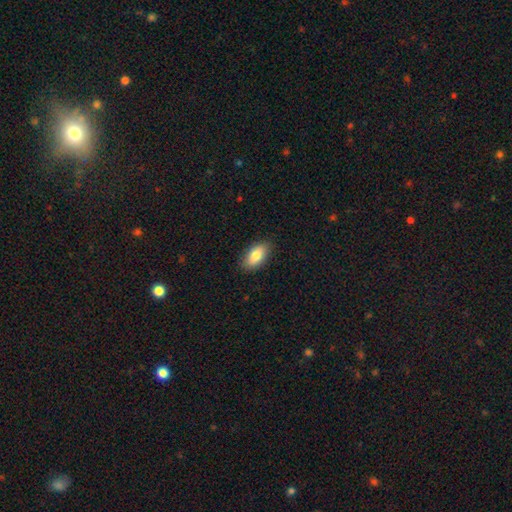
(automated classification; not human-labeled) Smooth or featured? Predicted: smooth (p=0.81). How rounded? Predicted: in between (p=0.91). Merging? Predicted: none (p=0.87).